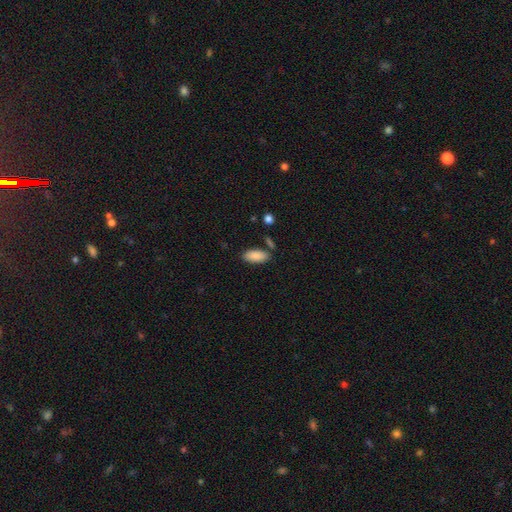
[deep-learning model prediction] A smooth galaxy with no disk features (88%) that is in between round and cigar-shaped (88%). Merging: none (80%).